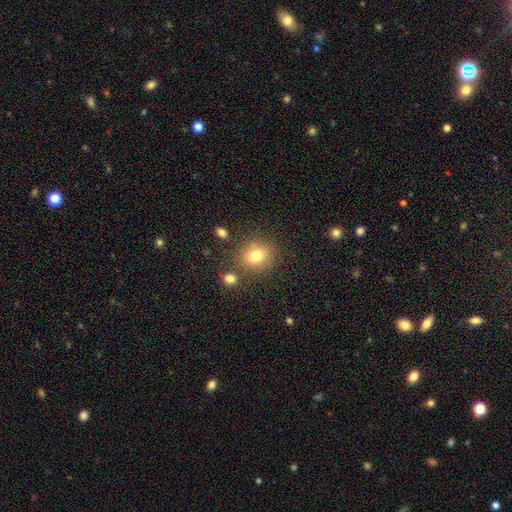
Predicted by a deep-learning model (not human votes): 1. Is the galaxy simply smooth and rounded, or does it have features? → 77% smooth, 13% star or artifact, 10% featured or disk.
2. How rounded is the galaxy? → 72% round, 27% in between, 1% cigar-shaped.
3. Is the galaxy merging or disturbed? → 78% none, 11% minor disturbance, 7% merger, 4% major disturbance.